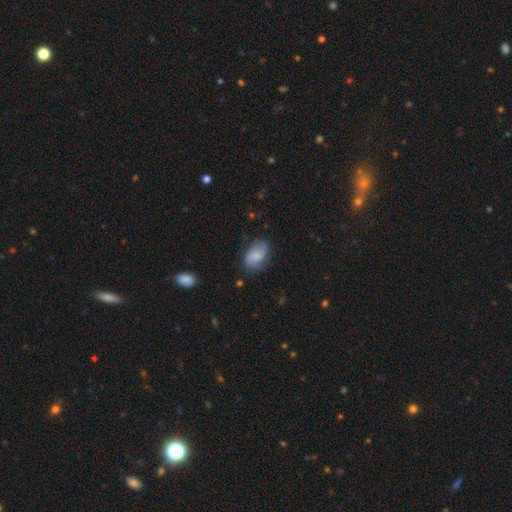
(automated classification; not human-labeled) This appears to be a smooth galaxy with no disk features (67%) that is in between round and cigar-shaped (88%). Merging: none (65%).